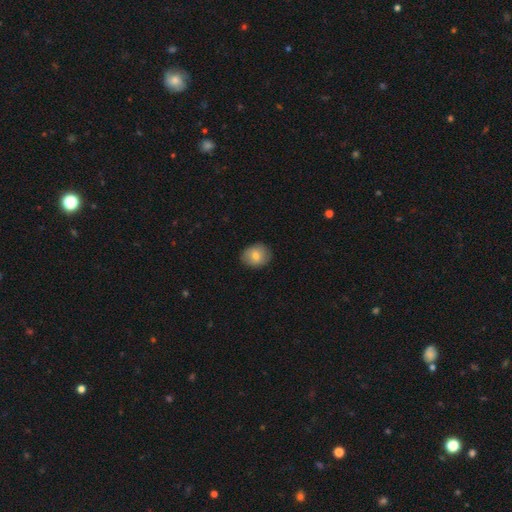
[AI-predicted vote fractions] Smooth or featured?
  - smooth: 76% *
  - featured or disk: 16%
  - star or artifact: 8%
How rounded?
  - round: 61% *
  - in between: 38%
  - cigar-shaped: 1%
Merging?
  - none: 83% *
  - minor disturbance: 13%
  - major disturbance: 3%
  - merger: 1%